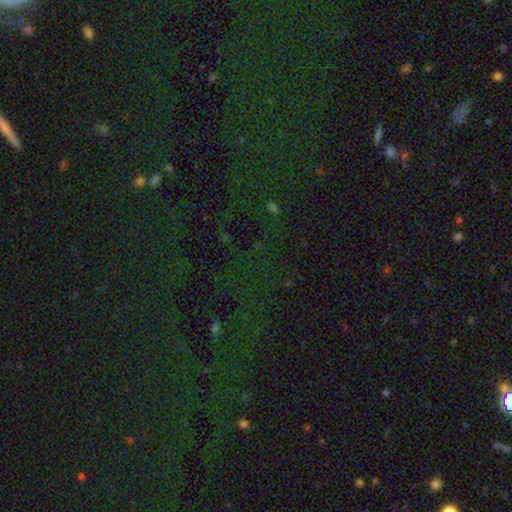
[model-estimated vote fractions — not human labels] Overall: star or artifact (78%).